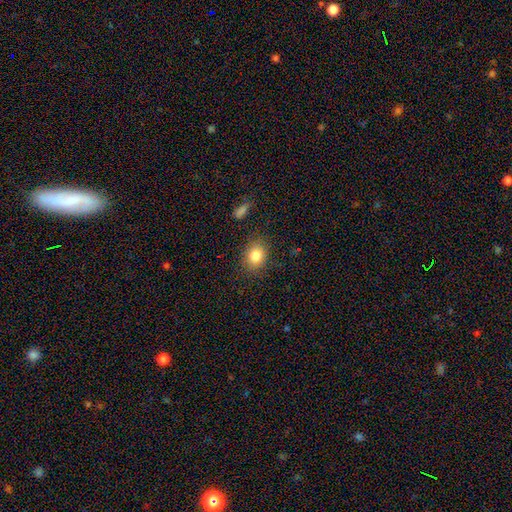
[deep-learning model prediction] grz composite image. It shows a smooth galaxy with no disk features (83%) that is in between round and cigar-shaped (57%). Merging: none (83%).